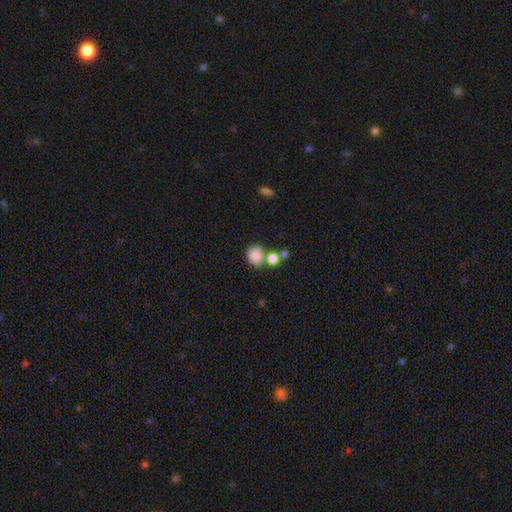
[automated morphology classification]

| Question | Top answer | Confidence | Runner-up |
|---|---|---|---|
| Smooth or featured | smooth | 84% | star or artifact (10%) |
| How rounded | round | 85% | in between (14%) |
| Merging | none | 62% | merger (25%) |